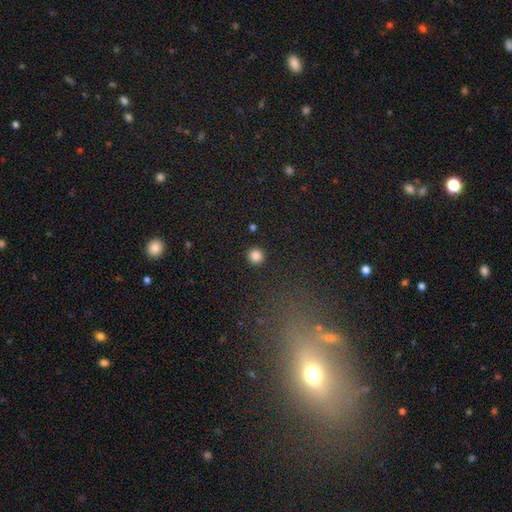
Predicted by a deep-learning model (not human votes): Overall: smooth (85%). How rounded: round (96%). Merging: none (93%).